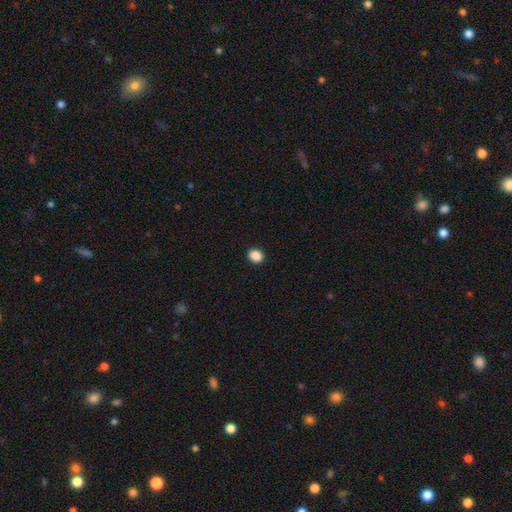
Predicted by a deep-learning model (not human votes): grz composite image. It shows a smooth galaxy with no disk features (89%) that is round (54%). Merging: none (92%).